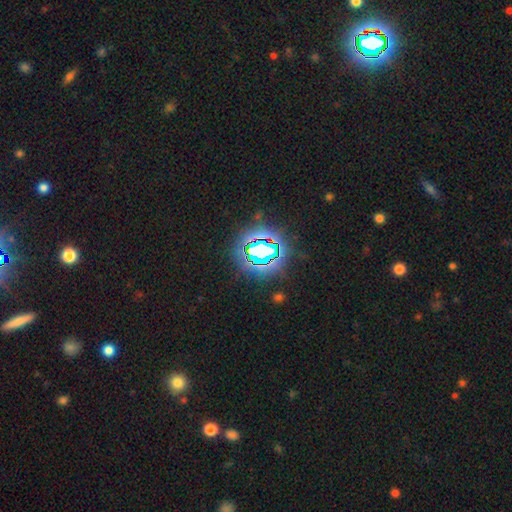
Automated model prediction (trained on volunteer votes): This is likely a star or artifact rather than a galaxy (72%).